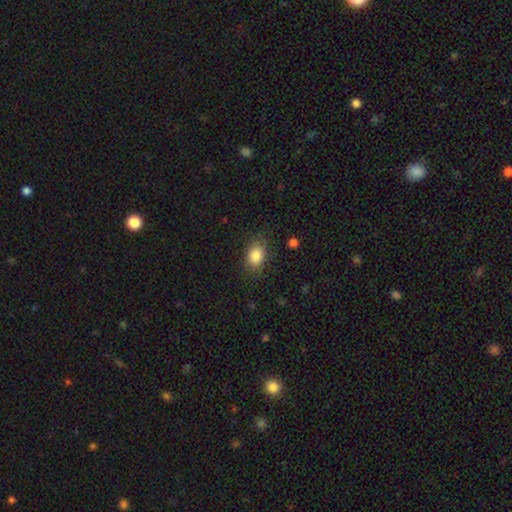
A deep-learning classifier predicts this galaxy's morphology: A smooth galaxy with no disk features (85%) that is in between round and cigar-shaped (75%). Merging: none (80%).